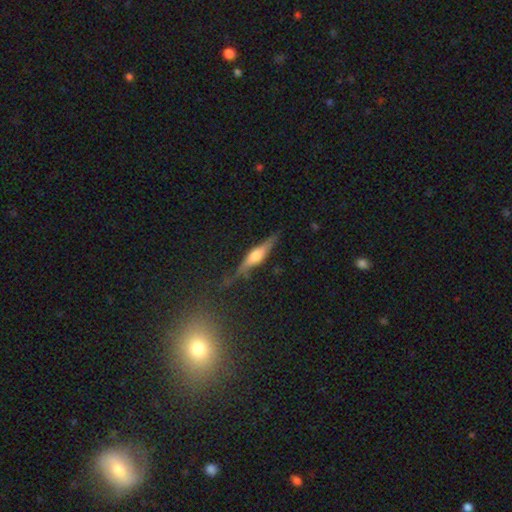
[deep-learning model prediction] Smooth or featured?
  - featured or disk: 62% *
  - smooth: 30%
  - star or artifact: 8%
Edge-on disk?
  - yes: 93% *
  - no: 7%
Edge-on bulge?
  - rounded: 83% *
  - boxy: 12%
  - none: 5%
Merging?
  - none: 73% *
  - minor disturbance: 19%
  - major disturbance: 6%
  - merger: 3%